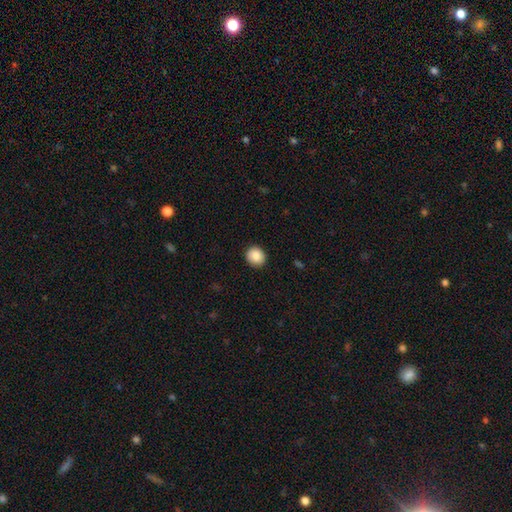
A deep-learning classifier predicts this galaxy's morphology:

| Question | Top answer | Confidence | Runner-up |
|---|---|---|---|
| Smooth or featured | smooth | 87% | star or artifact (8%) |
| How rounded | round | 84% | in between (15%) |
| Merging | none | 91% | minor disturbance (6%) |